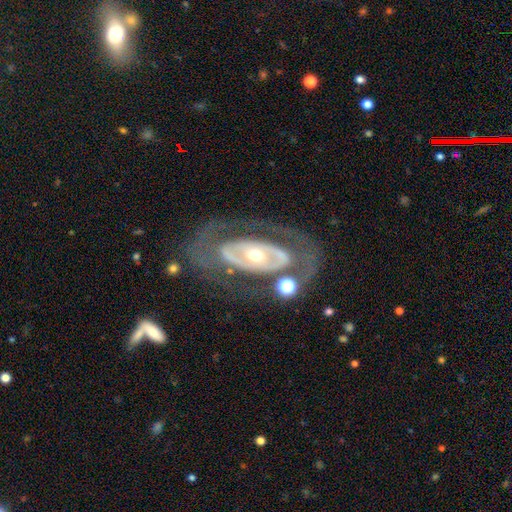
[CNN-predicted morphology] type=featured or disk (79%); edge-on=no (91%); bar=no (70%); spiral arms=no (57%); bulge=moderate (71%); merging=none (69%).